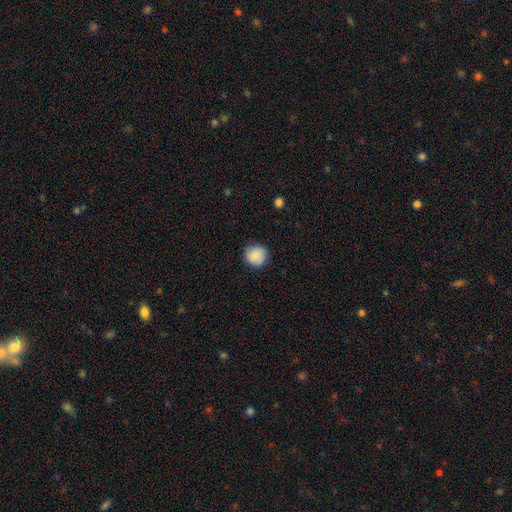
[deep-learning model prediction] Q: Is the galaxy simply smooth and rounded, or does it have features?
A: smooth — 86%.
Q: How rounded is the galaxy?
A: round — 92%.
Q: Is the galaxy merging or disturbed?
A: none — 85%.